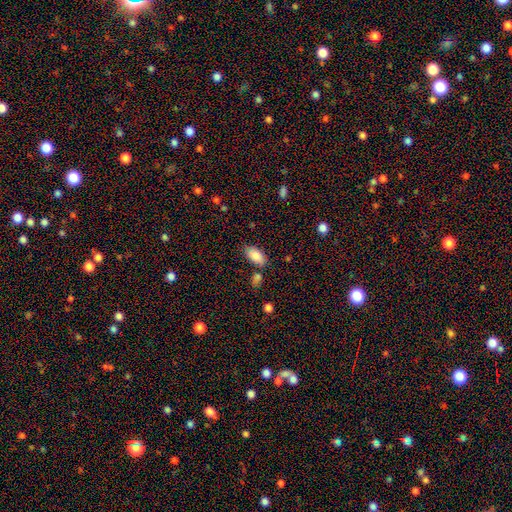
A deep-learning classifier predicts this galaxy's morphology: smooth 85%, featured or disk 8%, star or artifact 7%. Down the decision tree: how rounded — in between (93%); merging — none (72%).